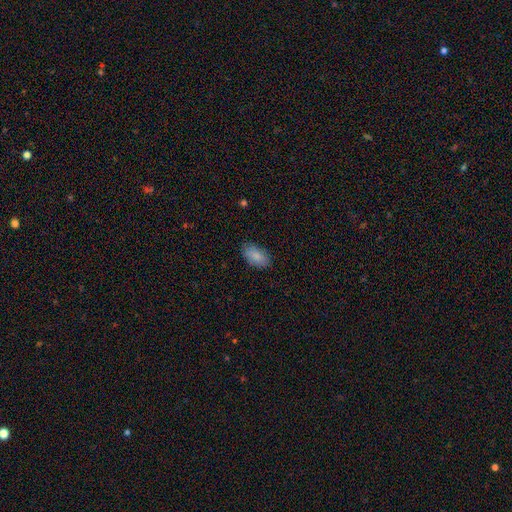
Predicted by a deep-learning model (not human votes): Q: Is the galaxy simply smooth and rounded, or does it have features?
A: smooth — 86%.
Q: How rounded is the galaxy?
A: in between — 93%.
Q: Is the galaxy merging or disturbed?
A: none — 82%.